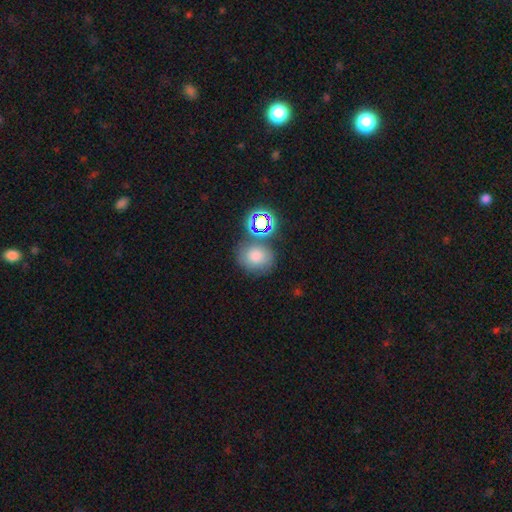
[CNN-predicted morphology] Smooth or featured? smooth (68%)
How rounded? round (69%)
Merging? none (68%)